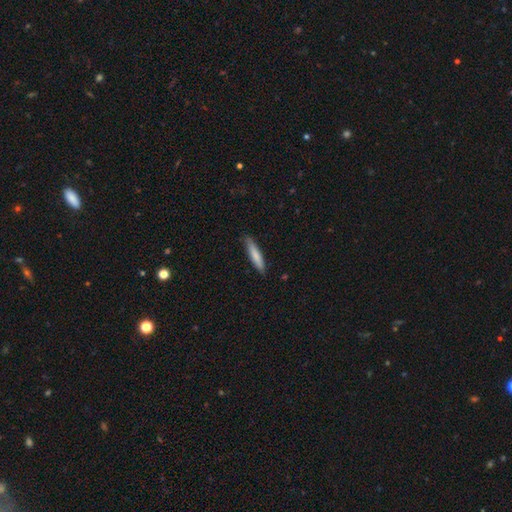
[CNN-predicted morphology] A smooth galaxy with no disk features (80%) that is cigar-shaped (87%).

Vote fractions:
- Smooth or featured? smooth: 80% / featured or disk: 14% / star or artifact: 5%
- How rounded? cigar-shaped: 87% / in between: 12% / round: 1%
- Merging? none: 85% / minor disturbance: 12% / major disturbance: 2% / merger: 1%